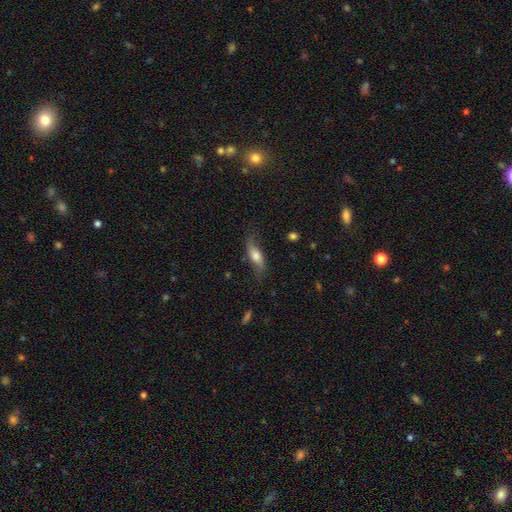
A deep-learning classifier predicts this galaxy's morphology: A smooth galaxy with no disk features (55%) that is in between round and cigar-shaped (60%). Merging: none (65%).